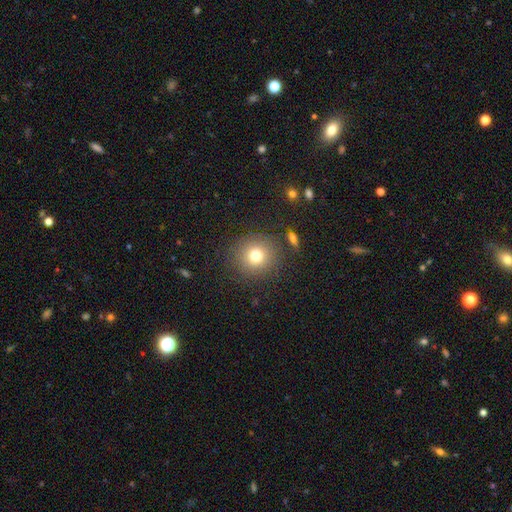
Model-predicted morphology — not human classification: The model was most divided on "smooth or featured": smooth: 76%, star or artifact: 14%, featured or disk: 11%. More confident: how rounded — round (91%); merging — none (85%).